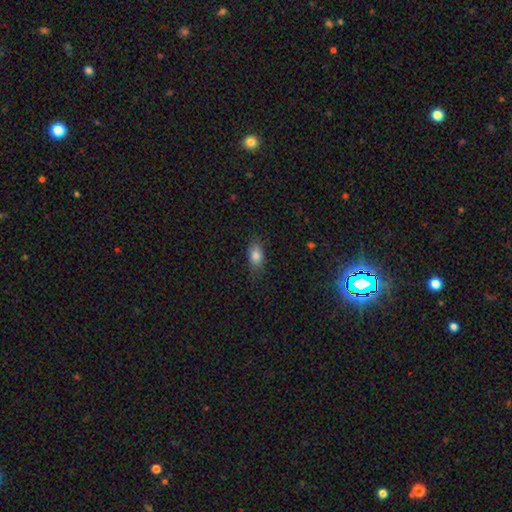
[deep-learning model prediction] Smooth or featured?
  - smooth: 83% *
  - star or artifact: 9%
  - featured or disk: 8%
How rounded?
  - in between: 87% *
  - round: 8%
  - cigar-shaped: 6%
Merging?
  - none: 81% *
  - minor disturbance: 14%
  - major disturbance: 4%
  - merger: 1%